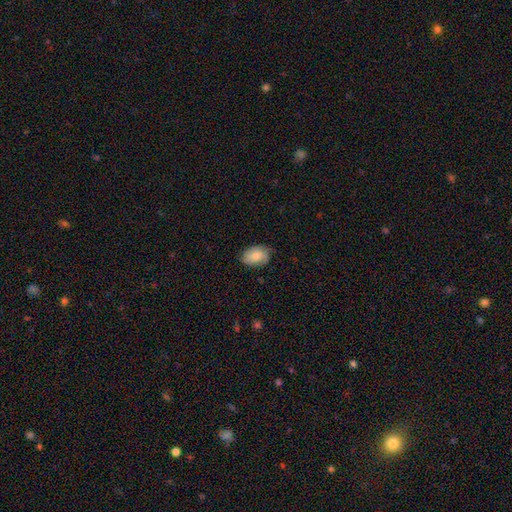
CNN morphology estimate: Q: Smooth or featured?
A: smooth (69%); runner-up: featured or disk (24%)
Q: How rounded?
A: in between (83%); runner-up: round (16%)
Q: Merging?
A: none (73%); runner-up: minor disturbance (22%)